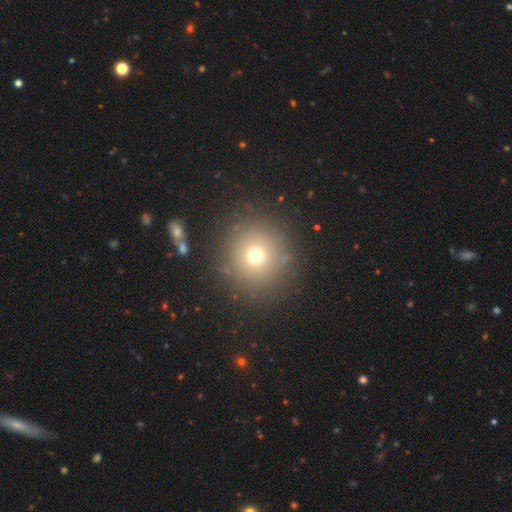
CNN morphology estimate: Q: Smooth or featured?
A: smooth (69%); runner-up: star or artifact (19%)
Q: How rounded?
A: round (94%); runner-up: in between (5%)
Q: Merging?
A: none (86%); runner-up: minor disturbance (8%)